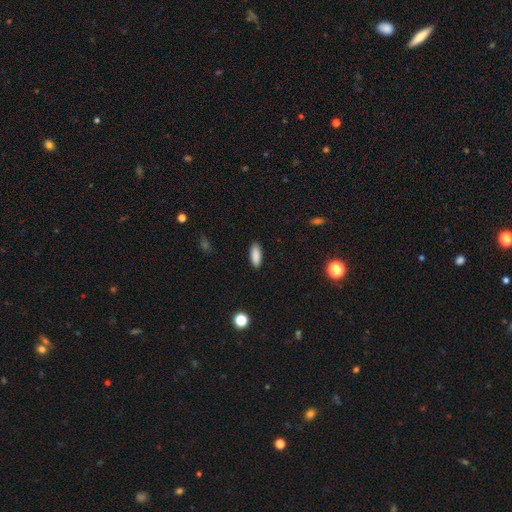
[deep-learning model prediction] This is clearly a smooth galaxy (88%). How rounded: likely in between (77%). Merging: clearly none (89%).